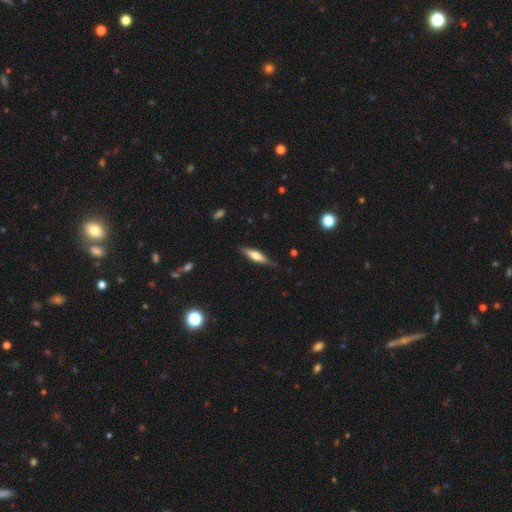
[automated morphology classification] Q: Smooth or featured?
A: featured or disk (55%); runner-up: smooth (39%)
Q: Edge-on disk?
A: yes (94%); runner-up: no (6%)
Q: Edge-on bulge?
A: rounded (84%); runner-up: boxy (12%)
Q: Merging?
A: none (84%); runner-up: minor disturbance (12%)